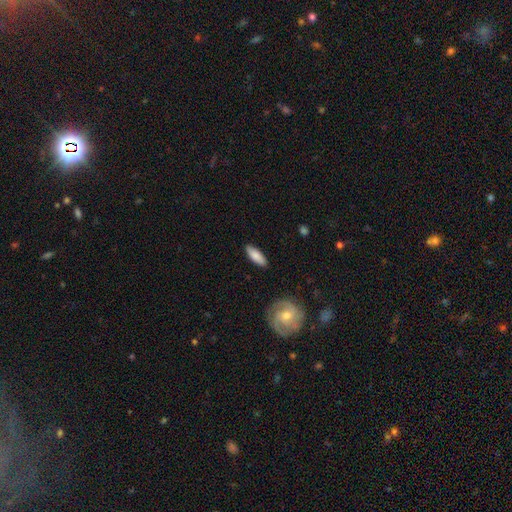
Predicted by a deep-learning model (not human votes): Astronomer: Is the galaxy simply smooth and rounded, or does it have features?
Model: smooth — 80%.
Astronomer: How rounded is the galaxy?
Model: in between — 62%.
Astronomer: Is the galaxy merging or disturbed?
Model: none — 86%.